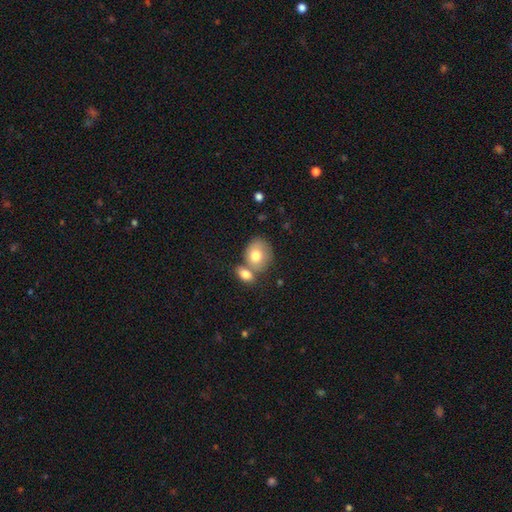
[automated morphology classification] smooth 75%, featured or disk 18%, star or artifact 7%. Down the decision tree: how rounded — round (49%, tied with in between); merging — none (42%).